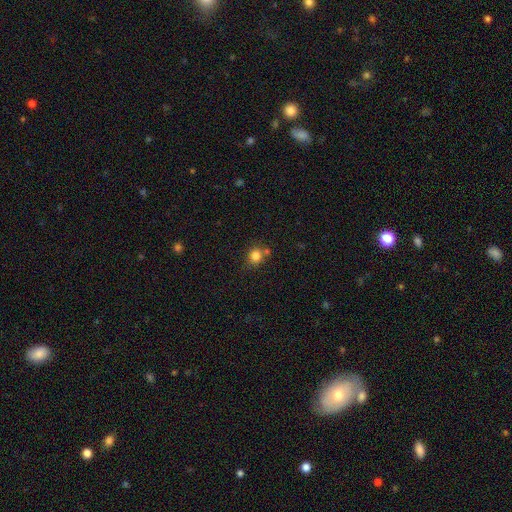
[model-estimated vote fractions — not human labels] Smooth or featured? smooth (82%)
How rounded? round (82%)
Merging? none (68%)